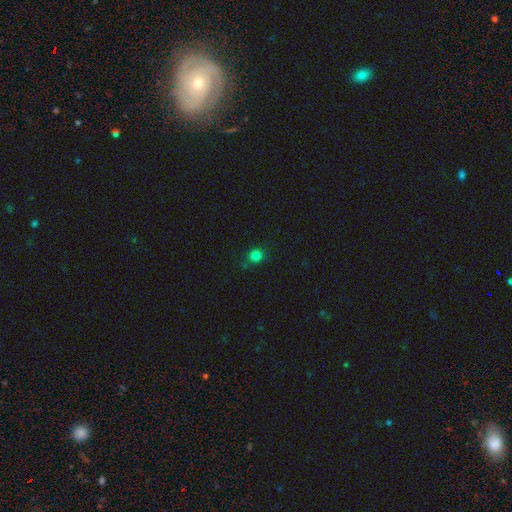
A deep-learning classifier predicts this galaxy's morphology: smooth 81%, star or artifact 15%, featured or disk 4%. Down the decision tree: how rounded — round (87%); merging — none (83%).